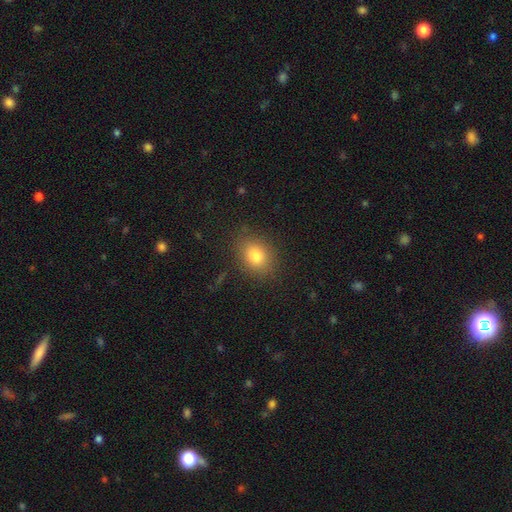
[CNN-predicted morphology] This appears to be a smooth galaxy with no disk features (81%) that is in between round and cigar-shaped (59%). Merging: none (84%).